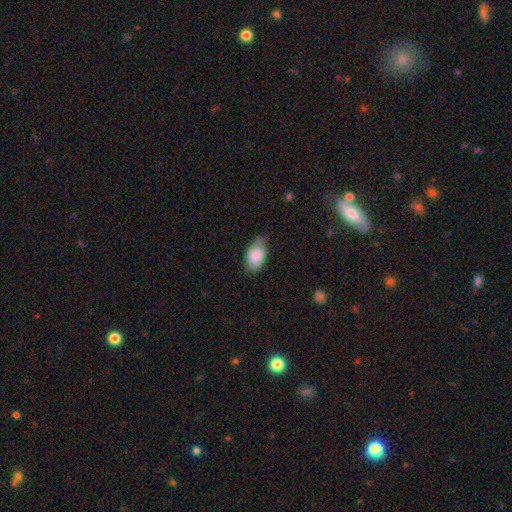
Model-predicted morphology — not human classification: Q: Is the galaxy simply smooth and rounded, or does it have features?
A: smooth — 85%.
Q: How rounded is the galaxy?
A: in between — 94%.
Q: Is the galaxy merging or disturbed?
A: none — 70%.